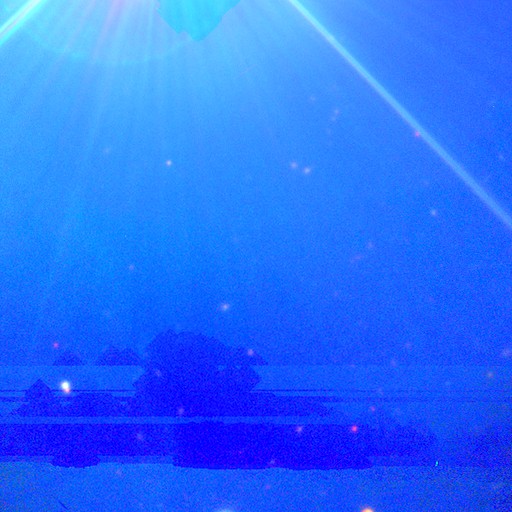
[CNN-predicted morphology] The model was most divided on "smooth or featured": star or artifact: 82%, smooth: 9%, featured or disk: 9%.